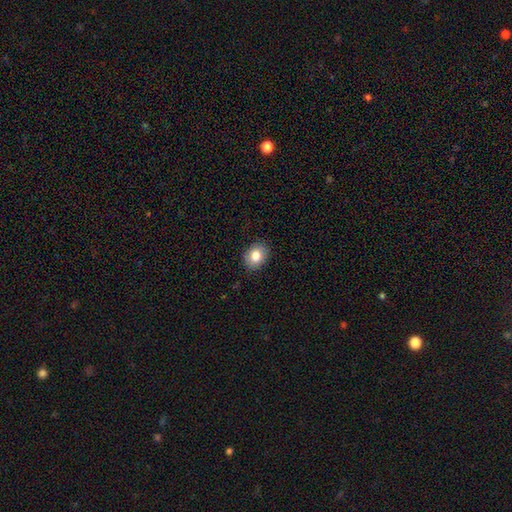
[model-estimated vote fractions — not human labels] Smooth or featured? Predicted: smooth (p=0.82). How rounded? Predicted: in between (p=0.61). Merging? Predicted: none (p=0.88).